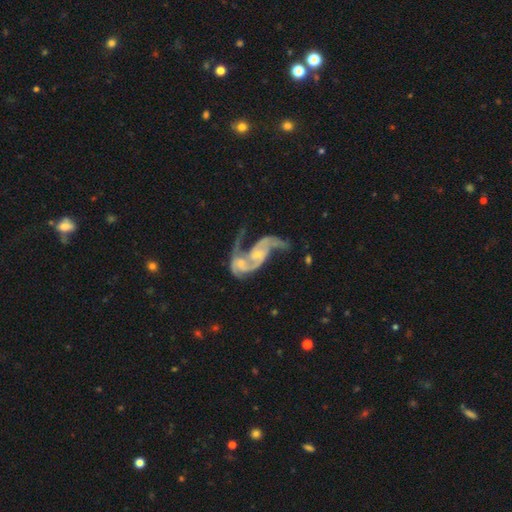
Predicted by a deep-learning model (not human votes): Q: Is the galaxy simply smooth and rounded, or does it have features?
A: featured or disk — 85%.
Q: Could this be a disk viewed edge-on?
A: no — 96%.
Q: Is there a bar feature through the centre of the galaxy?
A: no — 58%.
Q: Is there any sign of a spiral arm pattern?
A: yes — 92%.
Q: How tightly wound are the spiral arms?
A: loose — 57%.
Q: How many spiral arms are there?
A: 2 — 82%.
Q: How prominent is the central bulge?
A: small — 55%.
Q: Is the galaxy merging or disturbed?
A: merger — 48%.